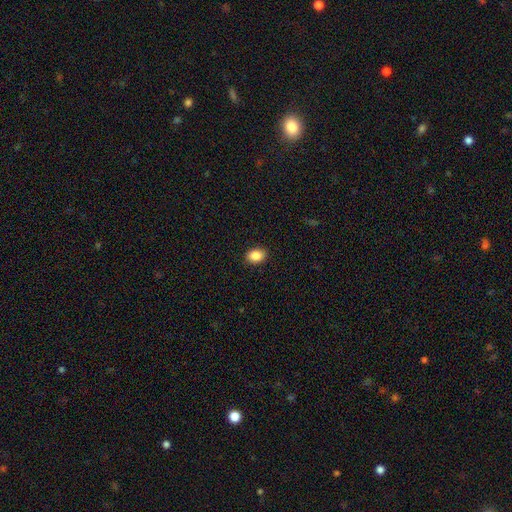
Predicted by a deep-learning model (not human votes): smooth-or-featured: smooth: 88% | star or artifact: 8% | featured or disk: 4%
  how-rounded: in between: 73% | round: 26% | cigar-shaped: 1%
  merging: none: 90% | minor disturbance: 7% | major disturbance: 2% | merger: 1%